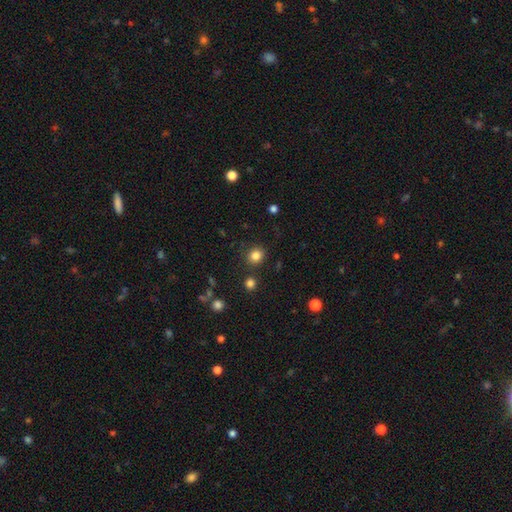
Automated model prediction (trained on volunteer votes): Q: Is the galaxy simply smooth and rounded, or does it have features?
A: smooth — 83%.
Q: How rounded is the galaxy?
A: round — 81%.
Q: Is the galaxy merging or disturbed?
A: none — 85%.